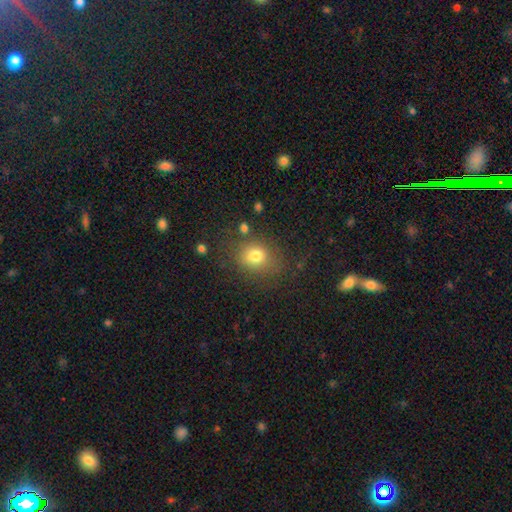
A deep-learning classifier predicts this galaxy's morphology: A smooth galaxy with no disk features (76%) that is round (62%). Merging: none (73%).